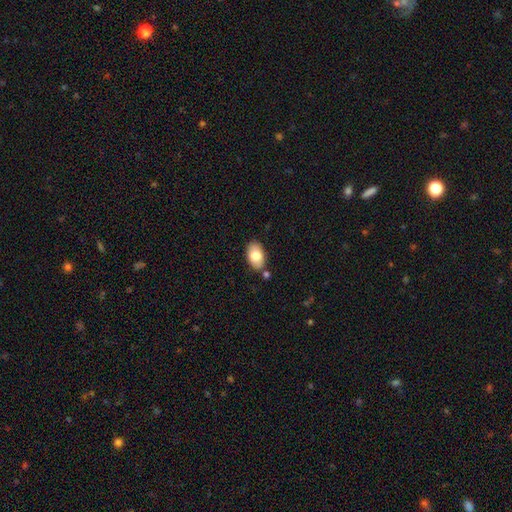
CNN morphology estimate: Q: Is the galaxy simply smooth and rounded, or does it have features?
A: smooth — 79%.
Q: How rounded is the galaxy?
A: in between — 93%.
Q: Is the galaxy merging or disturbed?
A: none — 78%.